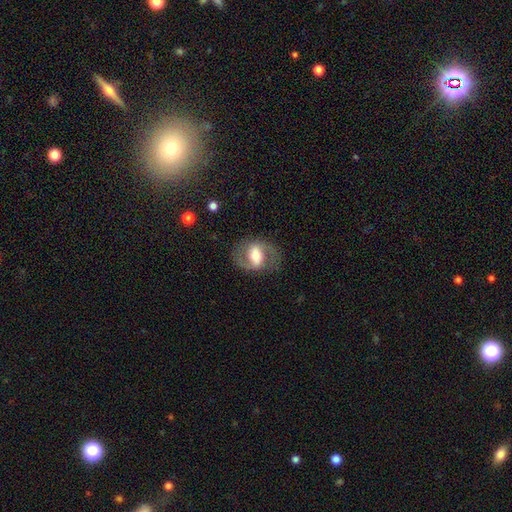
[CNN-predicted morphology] Q: Smooth or featured?
A: featured or disk (71%); runner-up: smooth (22%)
Q: Edge-on disk?
A: no (96%); runner-up: yes (4%)
Q: Bar?
A: weak (40%); runner-up: strong (38%)
Q: Spiral arms?
A: yes (82%); runner-up: no (18%)
Q: Spiral winding?
A: medium (51%); runner-up: loose (29%)
Q: Spiral arm count?
A: 2 (87%); runner-up: can't tell (6%)
Q: Bulge size?
A: moderate (59%); runner-up: large (23%)
Q: Merging?
A: none (76%); runner-up: minor disturbance (14%)